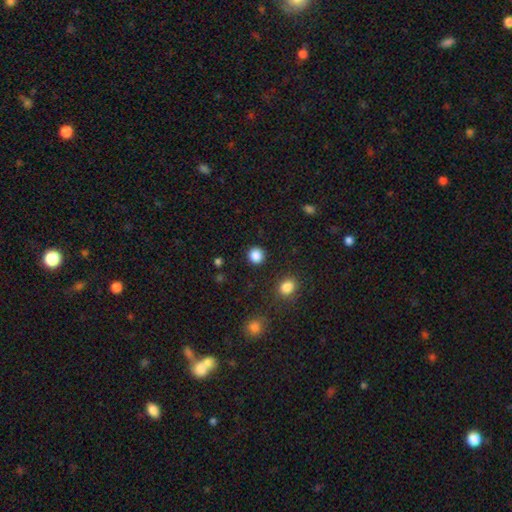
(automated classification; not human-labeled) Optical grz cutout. It shows a smooth galaxy with no disk features (87%) that is round (90%). Merging: none (91%).